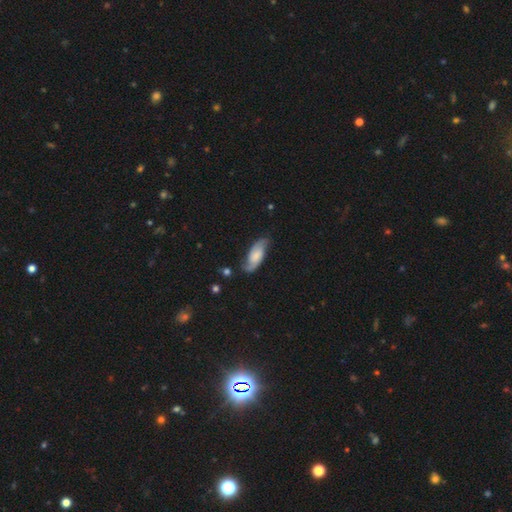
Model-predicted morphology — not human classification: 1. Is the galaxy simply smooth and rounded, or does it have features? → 67% featured or disk, 26% smooth, 6% star or artifact.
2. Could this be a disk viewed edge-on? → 92% no, 8% yes.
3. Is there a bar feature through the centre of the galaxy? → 56% no, 34% weak, 10% strong.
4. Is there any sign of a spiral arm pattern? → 94% yes, 6% no.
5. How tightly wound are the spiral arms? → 42% medium, 39% loose, 19% tight.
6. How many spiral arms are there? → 89% 2, 5% can't tell, 2% 1, 1% 3, 1% 4, 1% more than 4.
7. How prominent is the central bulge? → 31% none, 26% small, 23% moderate, 16% large, 4% dominant.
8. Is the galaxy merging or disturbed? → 73% none, 19% minor disturbance, 6% major disturbance, 2% merger.